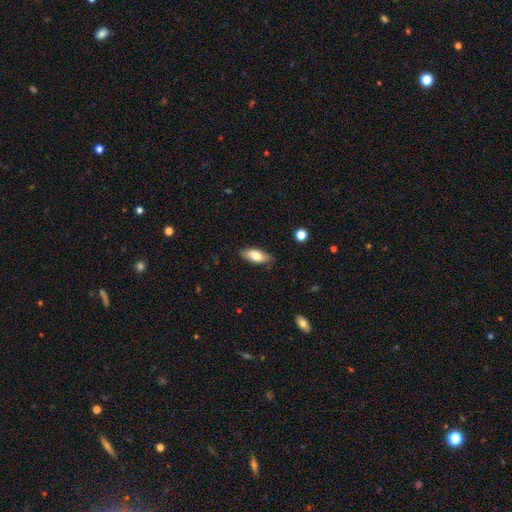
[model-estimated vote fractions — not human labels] Smooth or featured? Predicted: smooth (p=0.77). How rounded? Predicted: in between (p=0.82). Merging? Predicted: none (p=0.81).